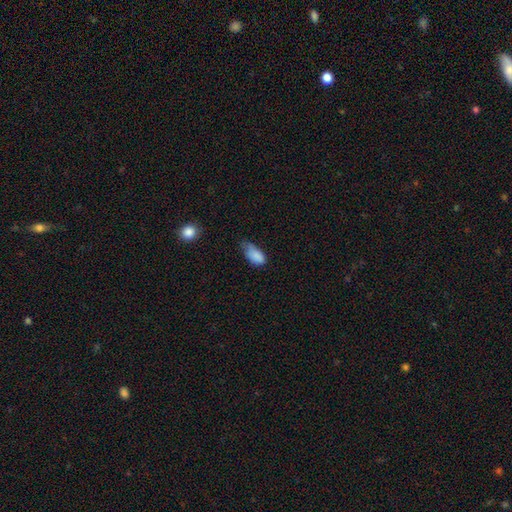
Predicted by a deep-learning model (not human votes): Morphology: type=smooth (85%); roundness=in between (91%); merging=minor disturbance (50%).